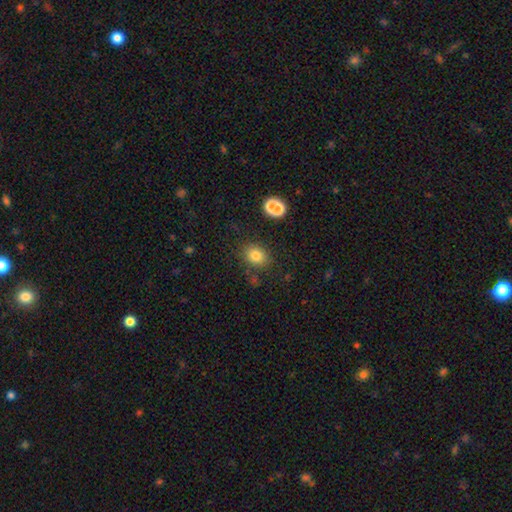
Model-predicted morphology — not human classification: smooth_or_featured: smooth (p=0.81) [alt: star or artifact p=0.12]
how_rounded: round (p=0.50) [alt: in between p=0.49]
merging: none (p=0.81) [alt: minor disturbance p=0.11]